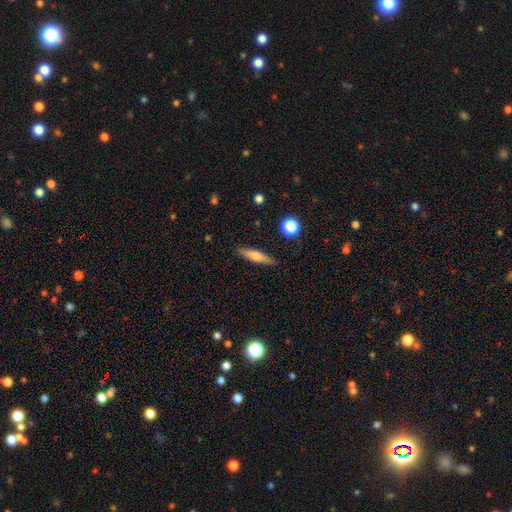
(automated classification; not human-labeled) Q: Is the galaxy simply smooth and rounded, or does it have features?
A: smooth — 56%.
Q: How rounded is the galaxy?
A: cigar-shaped — 79%.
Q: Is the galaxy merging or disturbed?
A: none — 88%.